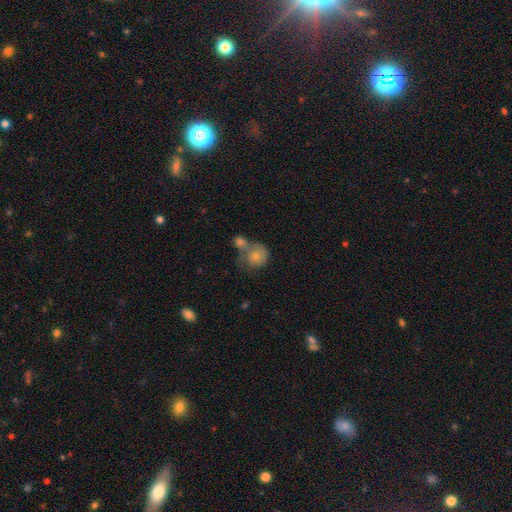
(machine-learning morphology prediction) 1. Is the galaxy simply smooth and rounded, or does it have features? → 72% smooth, 20% featured or disk, 8% star or artifact.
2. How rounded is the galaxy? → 75% round, 24% in between, 1% cigar-shaped.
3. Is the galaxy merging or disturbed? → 54% merger, 26% none, 12% minor disturbance, 8% major disturbance.